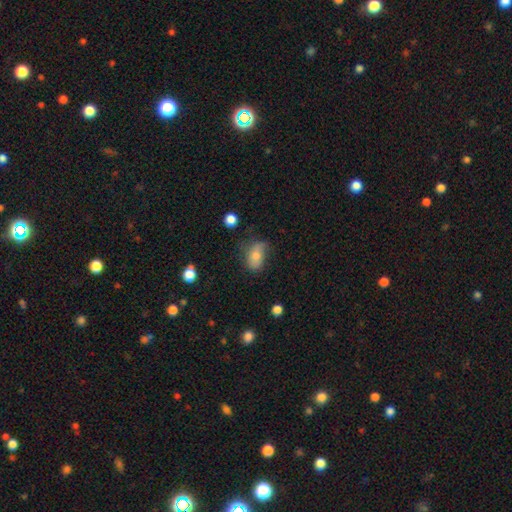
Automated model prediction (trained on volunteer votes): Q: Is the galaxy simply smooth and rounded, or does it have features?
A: smooth — 65%.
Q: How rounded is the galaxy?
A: in between — 83%.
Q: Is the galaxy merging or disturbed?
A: none — 47%.